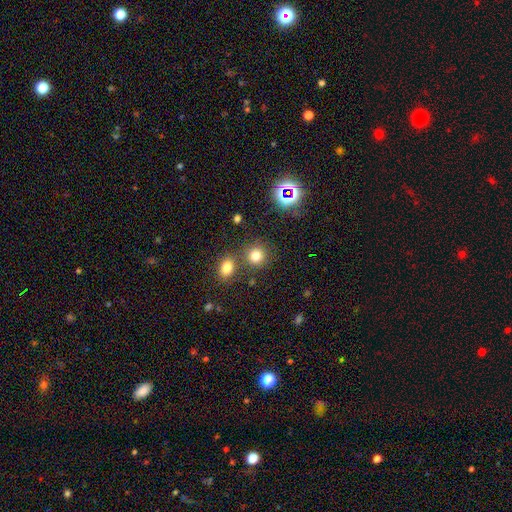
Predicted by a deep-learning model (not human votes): Smooth or featured: smooth — 76% (star or artifact — 17%)
How rounded: round — 86% (in between — 13%)
Merging: none — 73% (merger — 14%)